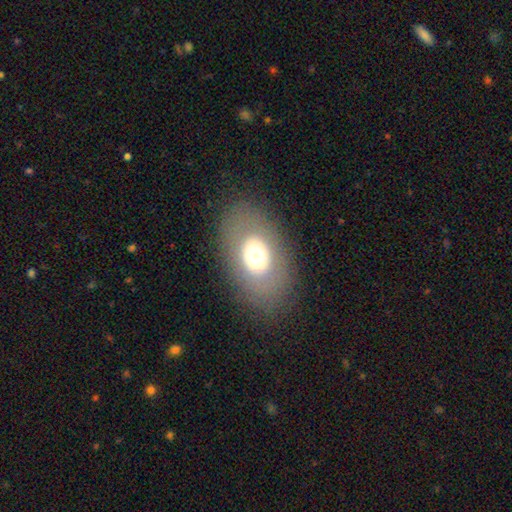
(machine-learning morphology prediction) Smooth or featured? smooth (58%)
How rounded? in between (80%)
Merging? none (82%)